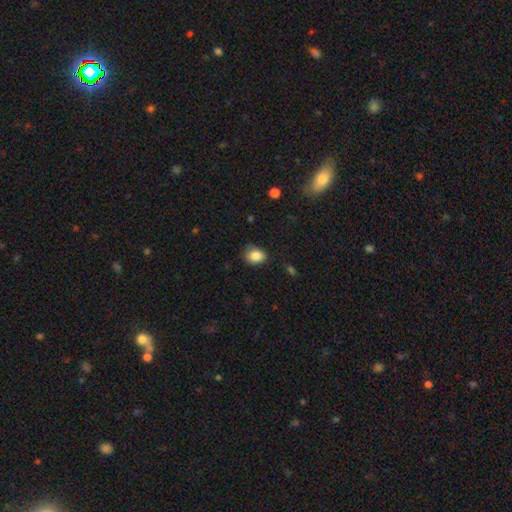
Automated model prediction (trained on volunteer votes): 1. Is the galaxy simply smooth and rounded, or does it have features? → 85% smooth, 9% star or artifact, 6% featured or disk.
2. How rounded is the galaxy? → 57% in between, 42% round, 1% cigar-shaped.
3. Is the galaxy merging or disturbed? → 70% none, 24% minor disturbance, 5% major disturbance, 1% merger.